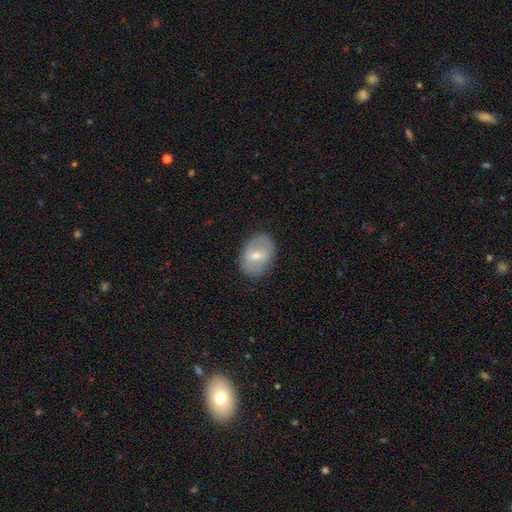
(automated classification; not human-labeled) Smooth or featured? smooth (52%)
How rounded? in between (72%)
Merging? none (83%)